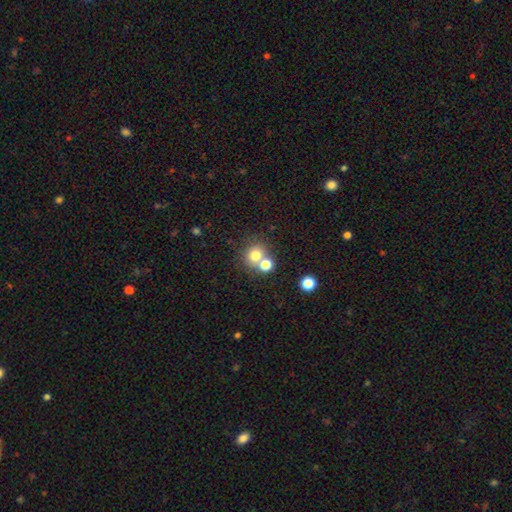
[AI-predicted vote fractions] smooth-or-featured: smooth: 75% | star or artifact: 15% | featured or disk: 11%
  how-rounded: round: 84% | in between: 15% | cigar-shaped: 1%
  merging: none: 56% | merger: 34% | minor disturbance: 7% | major disturbance: 3%